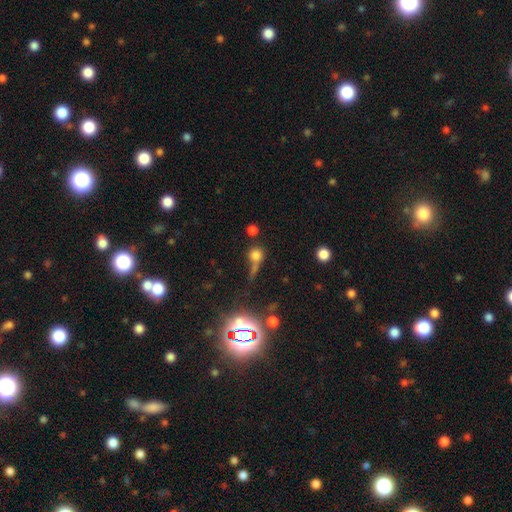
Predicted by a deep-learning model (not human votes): Smooth or featured: smooth — 67% (star or artifact — 21%)
How rounded: round — 84% (in between — 13%)
Merging: none — 46% (merger — 27%)